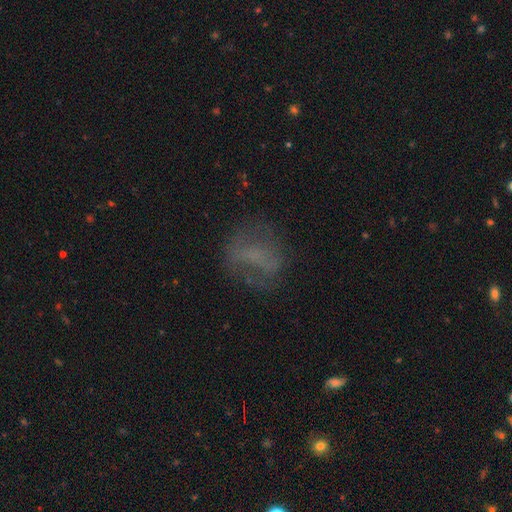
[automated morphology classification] smooth_or_featured: smooth (p=0.41) [alt: featured or disk p=0.39]
merging: none (p=0.63) [alt: minor disturbance p=0.19]